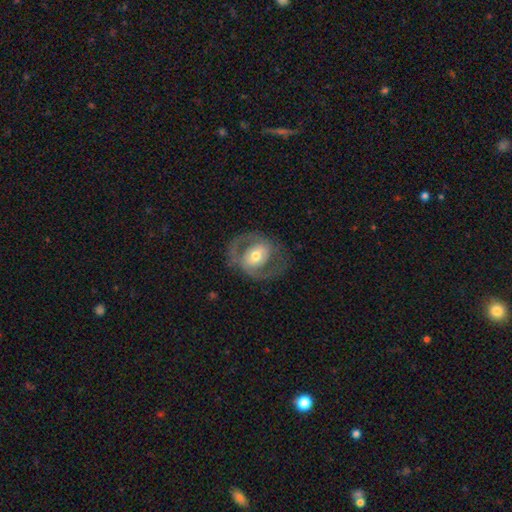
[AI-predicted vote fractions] The model was most divided on "bar": no: 43%, weak: 35%, strong: 22%. More confident: edge-on disk — no (96%); spiral arm count — 2 (84%); smooth or featured — featured or disk (75%); spiral arms — yes (75%); merging — none (70%); bulge size — moderate (67%); spiral winding — medium (51%).